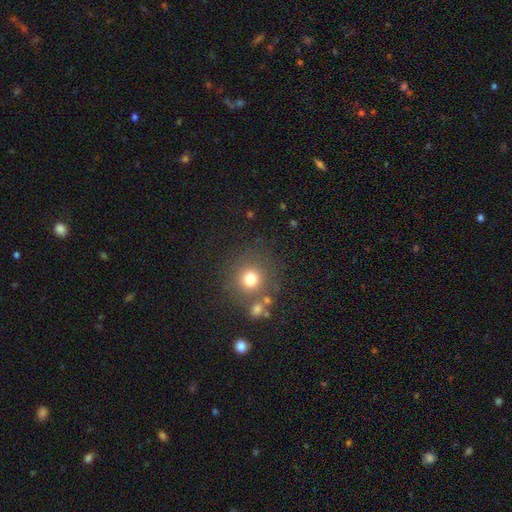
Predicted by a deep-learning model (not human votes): Smooth or featured? Predicted: smooth (p=0.66). How rounded? Predicted: round (p=0.91). Merging? Predicted: none (p=0.71).